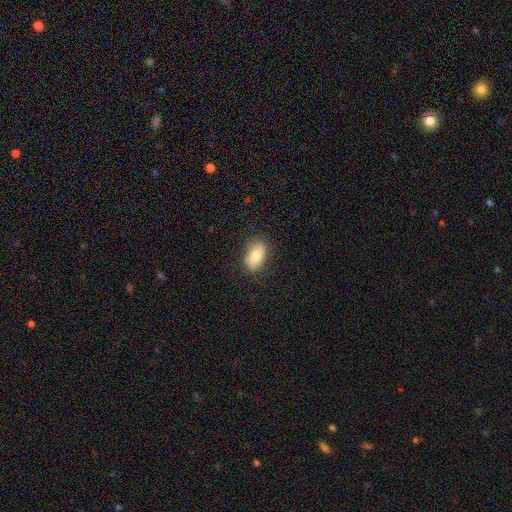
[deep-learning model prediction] smooth 77%, featured or disk 16%, star or artifact 7%. Down the decision tree: how rounded — in between (90%); merging — none (80%).